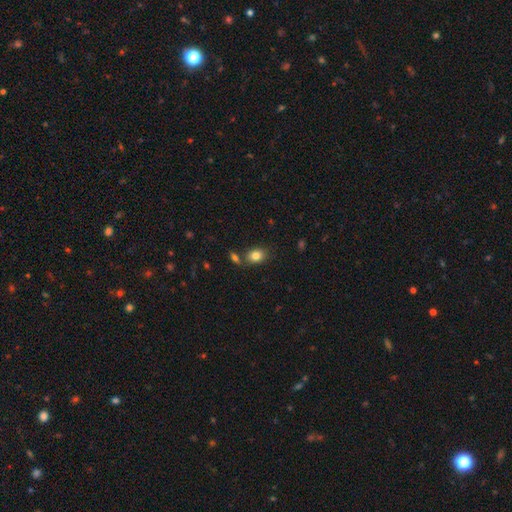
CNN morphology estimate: smooth-or-featured: smooth: 82% | star or artifact: 10% | featured or disk: 8%
  how-rounded: in between: 65% | round: 34% | cigar-shaped: 1%
  merging: none: 71% | merger: 14% | minor disturbance: 12% | major disturbance: 3%